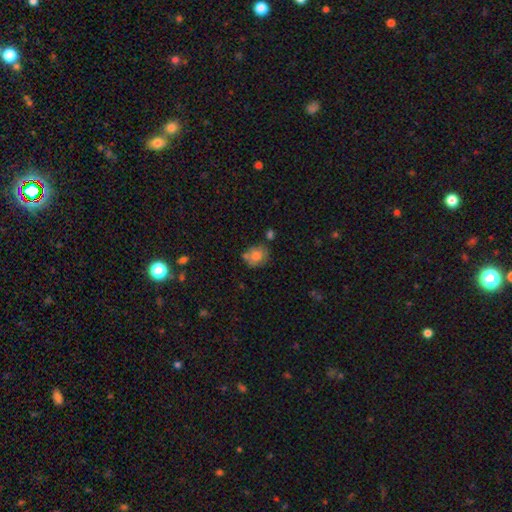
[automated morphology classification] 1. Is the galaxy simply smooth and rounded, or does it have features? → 72% smooth, 19% featured or disk, 9% star or artifact.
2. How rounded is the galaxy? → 67% round, 32% in between, 1% cigar-shaped.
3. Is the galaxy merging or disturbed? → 56% none, 22% minor disturbance, 15% merger, 7% major disturbance.